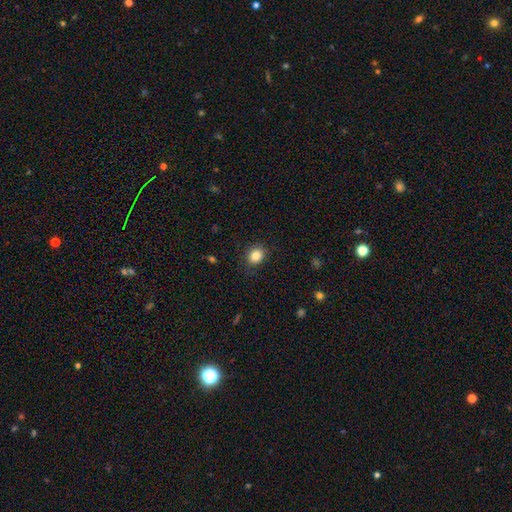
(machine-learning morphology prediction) smooth_or_featured: smooth (p=0.85) [alt: star or artifact p=0.10]
how_rounded: round (p=0.61) [alt: in between p=0.38]
merging: none (p=0.87) [alt: minor disturbance p=0.10]